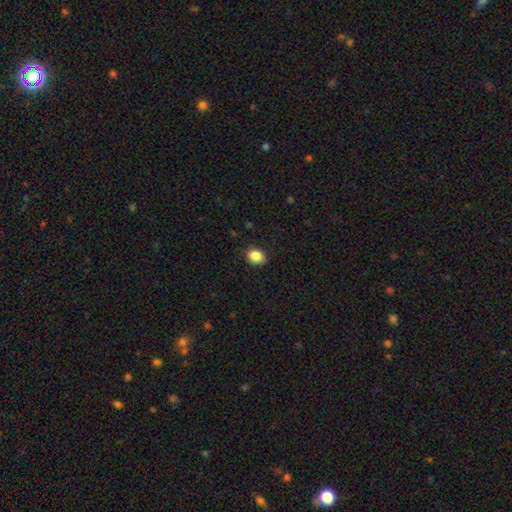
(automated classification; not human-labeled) Smooth or featured? Predicted: smooth (p=0.87). How rounded? Predicted: in between (p=0.51). Merging? Predicted: none (p=0.86).